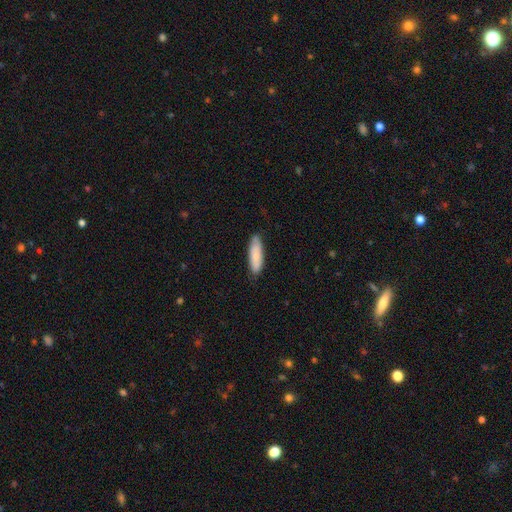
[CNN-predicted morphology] A smooth galaxy with no disk features (76%) that is cigar-shaped (52%). Merging: none (83%).